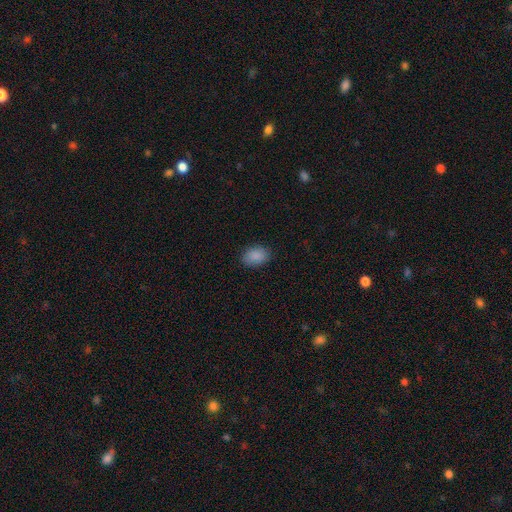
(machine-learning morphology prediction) A smooth galaxy with no disk features (88%) that is in between round and cigar-shaped (80%). Merging: none (85%).